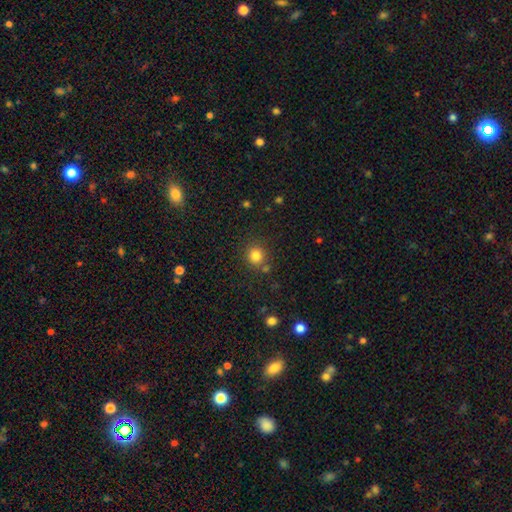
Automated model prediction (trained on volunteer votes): Smooth or featured?
  - smooth: 82% *
  - star or artifact: 13%
  - featured or disk: 5%
How rounded?
  - round: 89% *
  - in between: 10%
  - cigar-shaped: 1%
Merging?
  - none: 80% *
  - minor disturbance: 9%
  - merger: 8%
  - major disturbance: 3%